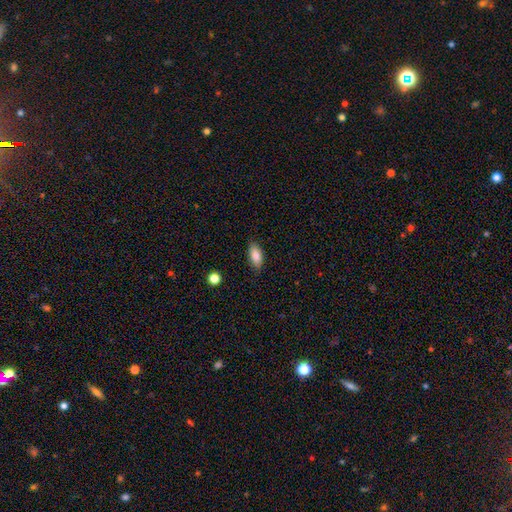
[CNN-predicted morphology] smooth 84%, featured or disk 9%, star or artifact 7%. Down the decision tree: how rounded — in between (86%); merging — none (83%).